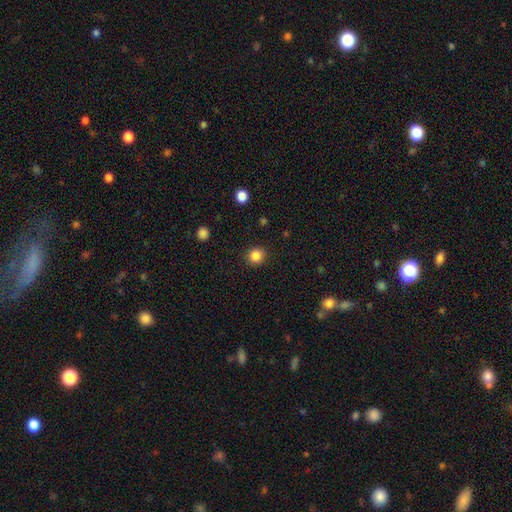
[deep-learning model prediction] Overall: smooth (85%). How rounded: round (90%). Merging: none (90%).